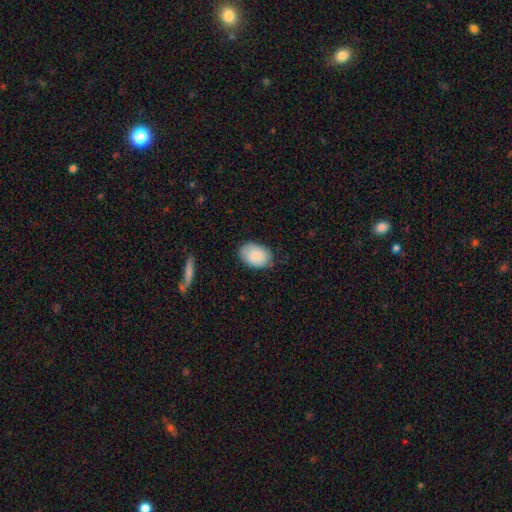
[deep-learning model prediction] A smooth galaxy with no disk features (84%) that is in between round and cigar-shaped (86%).

Vote fractions:
- Smooth or featured? smooth: 84% / featured or disk: 10% / star or artifact: 6%
- How rounded? in between: 86% / round: 13% / cigar-shaped: 1%
- Merging? none: 76% / minor disturbance: 19% / major disturbance: 3% / merger: 1%